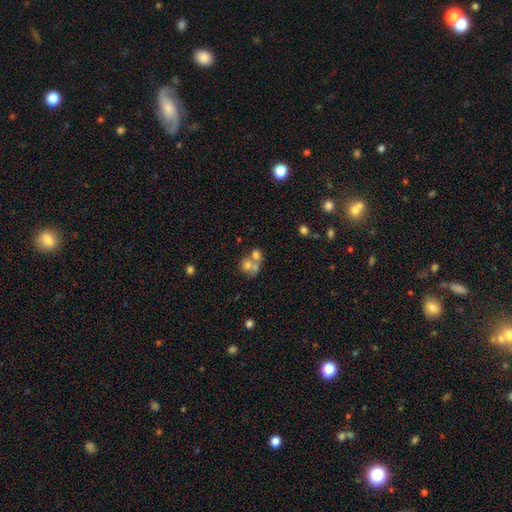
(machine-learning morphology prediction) This appears to be a smooth galaxy with no disk features (47%). Merging: none (43%).